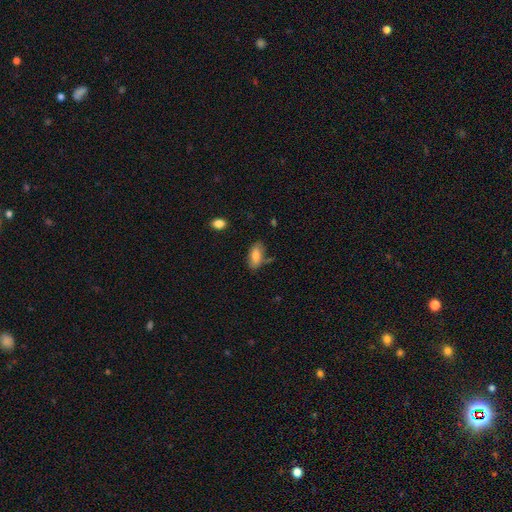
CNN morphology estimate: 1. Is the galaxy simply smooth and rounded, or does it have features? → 78% smooth, 15% featured or disk, 7% star or artifact.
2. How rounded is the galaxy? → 86% in between, 11% cigar-shaped, 3% round.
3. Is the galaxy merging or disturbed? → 69% none, 21% minor disturbance, 5% merger, 5% major disturbance.